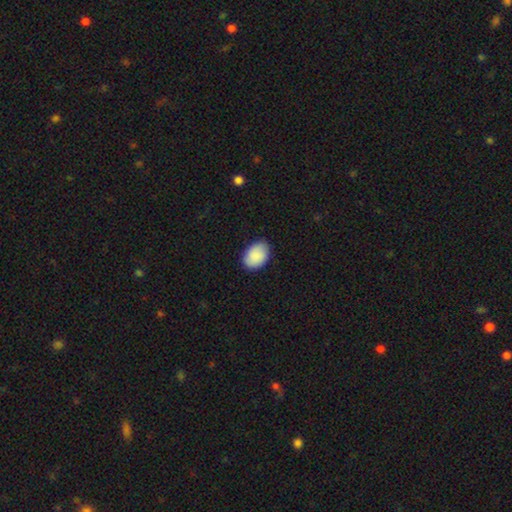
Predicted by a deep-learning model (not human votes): Overall: smooth (90%). How rounded: in between (81%). Merging: none (84%).